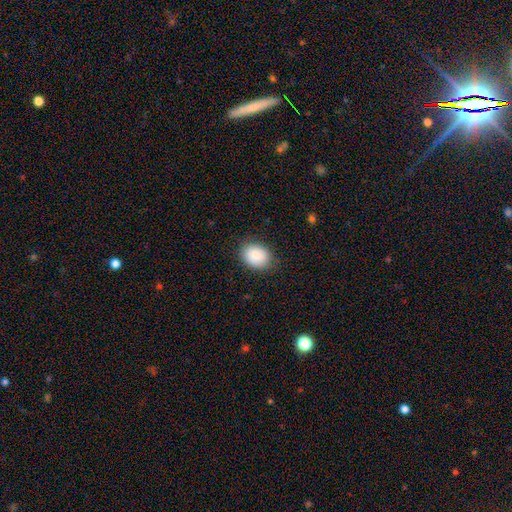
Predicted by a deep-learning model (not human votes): Q: Smooth or featured?
A: smooth (86%); runner-up: star or artifact (8%)
Q: How rounded?
A: in between (55%); runner-up: round (44%)
Q: Merging?
A: none (83%); runner-up: minor disturbance (13%)